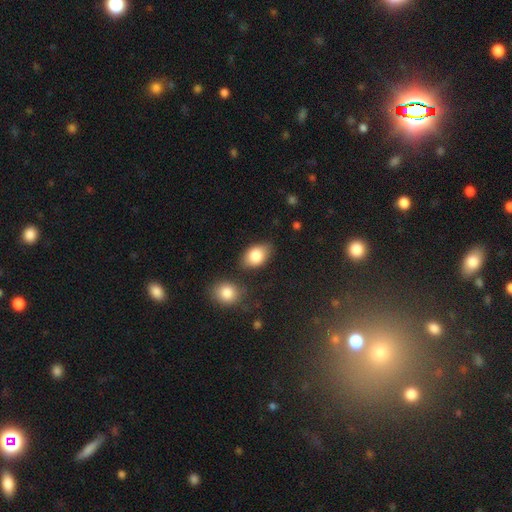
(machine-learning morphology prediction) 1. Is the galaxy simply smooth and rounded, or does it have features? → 84% smooth, 9% featured or disk, 7% star or artifact.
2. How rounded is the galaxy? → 84% in between, 14% round, 1% cigar-shaped.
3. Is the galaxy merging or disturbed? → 75% none, 15% minor disturbance, 7% merger, 4% major disturbance.